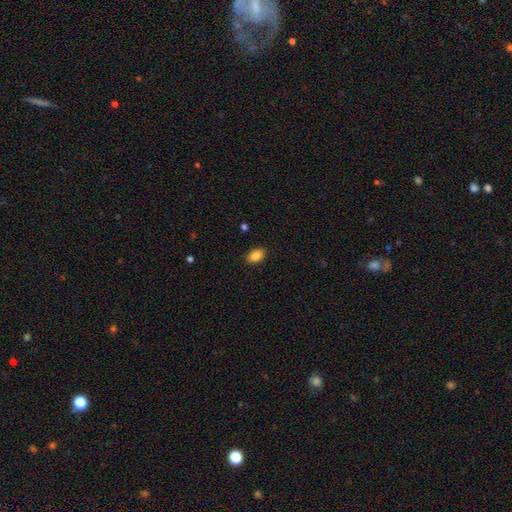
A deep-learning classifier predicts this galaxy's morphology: A smooth galaxy with no disk features (87%) that is in between round and cigar-shaped (88%).

Vote fractions:
- Smooth or featured? smooth: 87% / star or artifact: 8% / featured or disk: 5%
- How rounded? in between: 88% / round: 11% / cigar-shaped: 1%
- Merging? none: 88% / minor disturbance: 8% / major disturbance: 2% / merger: 1%